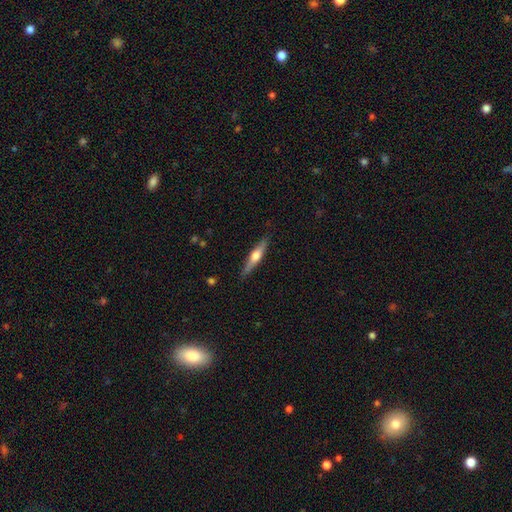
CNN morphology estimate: A featured or disk galaxy (60%) viewed edge-on (96%) with a rounded central bulge (91%). Merging: none (87%).